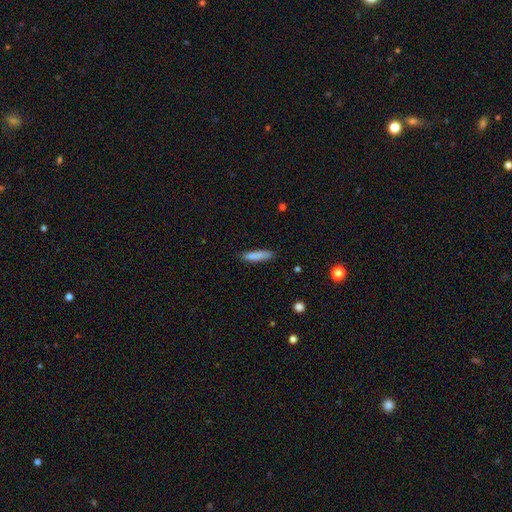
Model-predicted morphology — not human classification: Smooth or featured? Predicted: smooth (p=0.85). How rounded? Predicted: cigar-shaped (p=0.80). Merging? Predicted: none (p=0.83).